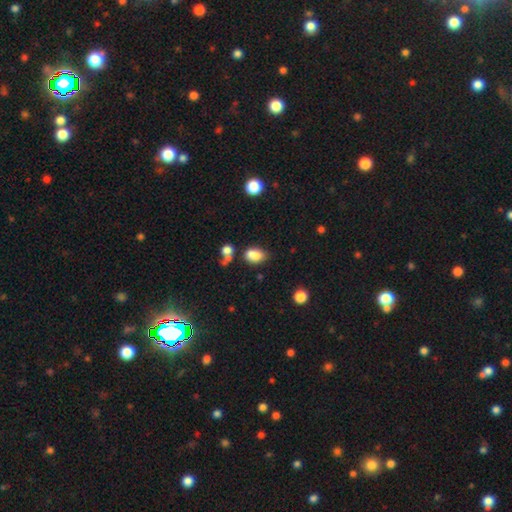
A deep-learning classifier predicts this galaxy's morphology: smooth 83%, star or artifact 11%, featured or disk 6%. Down the decision tree: how rounded — in between (83%); merging — none (55%).